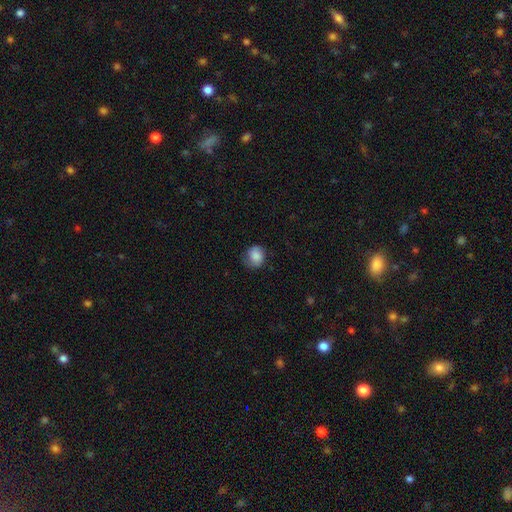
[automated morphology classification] Smooth or featured? Predicted: smooth (p=0.76). How rounded? Predicted: round (p=0.71). Merging? Predicted: none (p=0.62).